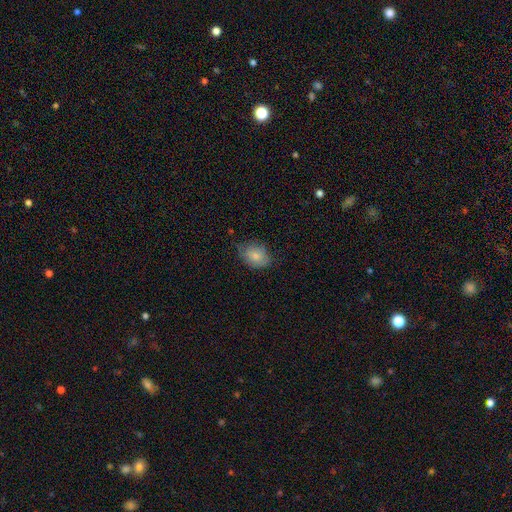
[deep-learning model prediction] Smooth or featured?
  - smooth: 79% *
  - featured or disk: 14%
  - star or artifact: 8%
How rounded?
  - in between: 66% *
  - round: 33%
  - cigar-shaped: 1%
Merging?
  - none: 64% *
  - minor disturbance: 29%
  - major disturbance: 6%
  - merger: 1%